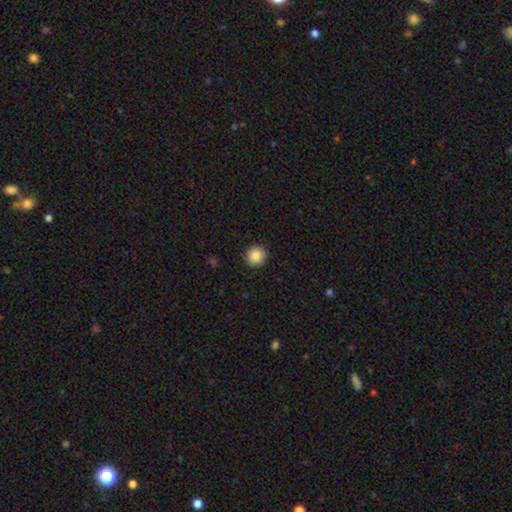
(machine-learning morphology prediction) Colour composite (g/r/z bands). It shows a smooth galaxy with no disk features (88%) that is round (91%). Merging: none (92%).